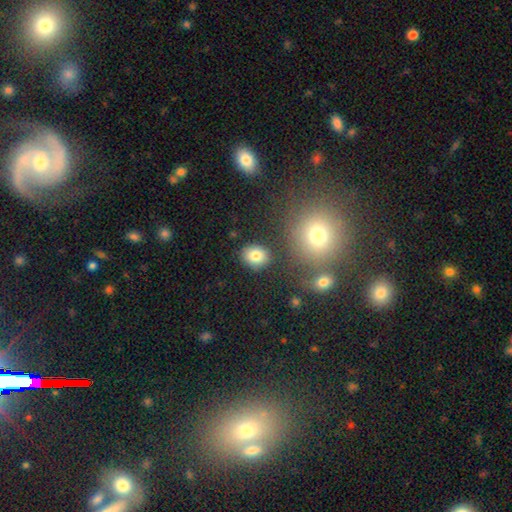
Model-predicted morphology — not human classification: Overall: smooth (81%). How rounded: round (63%; in between 36%). Merging: none (84%).